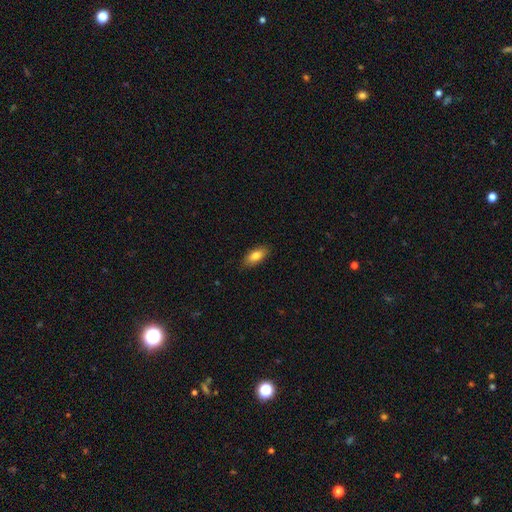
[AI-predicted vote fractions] Smooth or featured? smooth (81%)
How rounded? in between (84%)
Merging? none (86%)